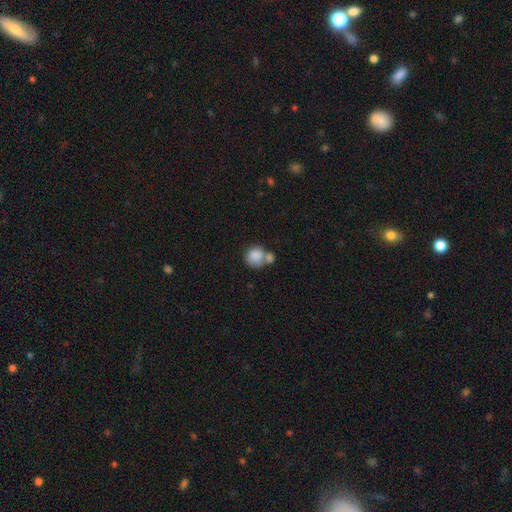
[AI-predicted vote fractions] Smooth or featured: smooth — 83% (featured or disk — 9%)
How rounded: round — 81% (in between — 18%)
Merging: merger — 48% (none — 35%)